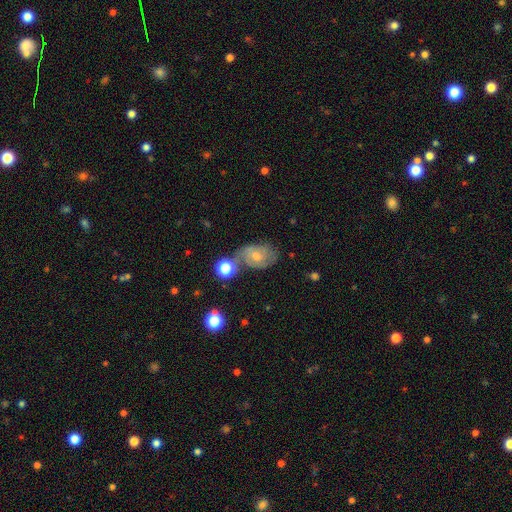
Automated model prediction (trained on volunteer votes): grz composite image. It shows a featured or disk galaxy (62%) with no bar (57%), 2 (56%) medium (43%) spiral arms (86%) and a moderate central bulge (52%). Merging: none (46%).